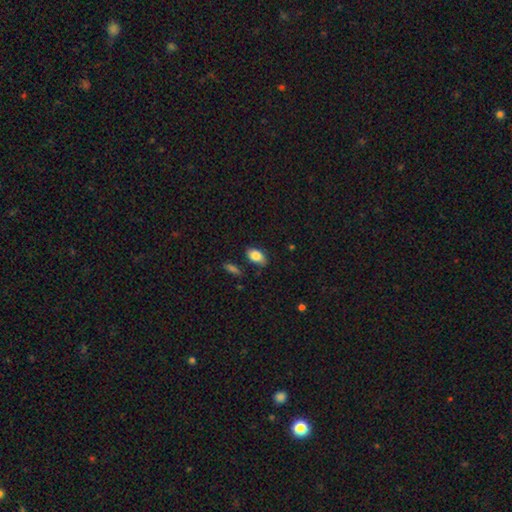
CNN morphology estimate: Smooth or featured: smooth — 84% (featured or disk — 9%)
How rounded: in between — 91% (round — 7%)
Merging: none — 77% (minor disturbance — 16%)